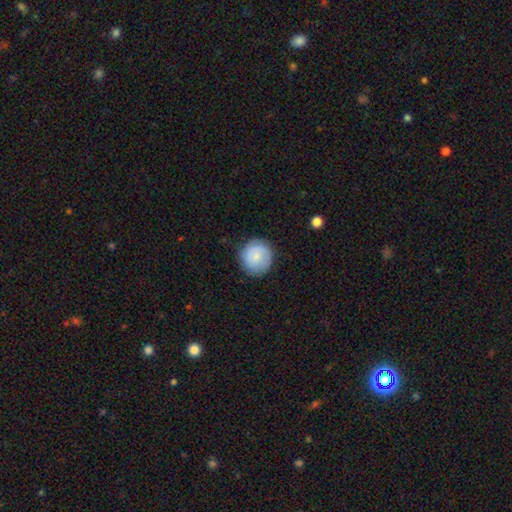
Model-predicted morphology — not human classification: Smooth or featured? smooth (81%)
How rounded? round (93%)
Merging? none (85%)